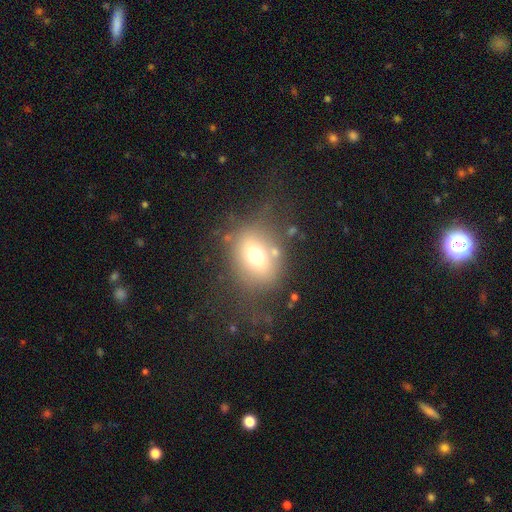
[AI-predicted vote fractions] smooth 63%, featured or disk 24%, star or artifact 14%. Down the decision tree: how rounded — in between (53%); merging — none (63%).